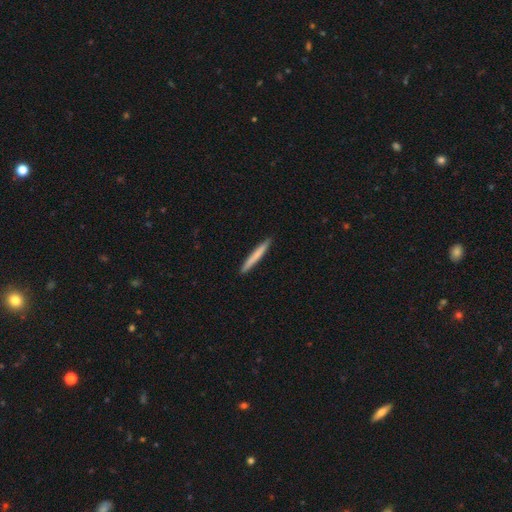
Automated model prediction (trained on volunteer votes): smooth_or_featured: smooth (p=0.70) [alt: featured or disk p=0.24]
how_rounded: cigar-shaped (p=0.97) [alt: in between p=0.02]
merging: none (p=0.92) [alt: minor disturbance p=0.06]